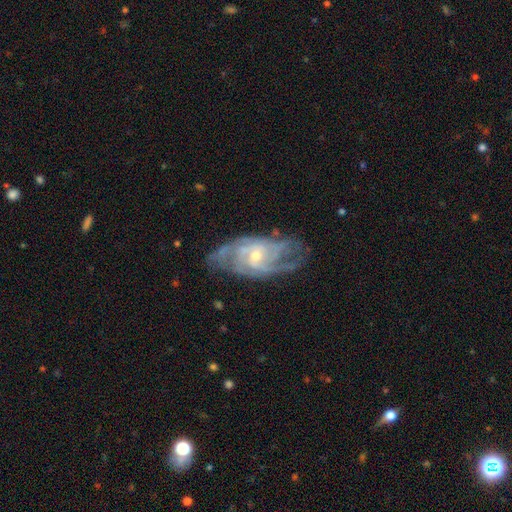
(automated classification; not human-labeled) This appears to be a featured or disk galaxy (88%) with no bar (55%), tight (48%) spiral arms (95%) and a small central bulge (58%). Merging: none (67%).